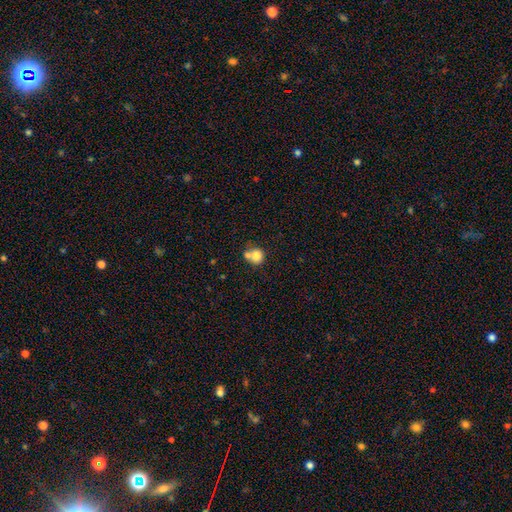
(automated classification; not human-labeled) A smooth galaxy with no disk features (78%) that is round (84%). Merging: merger (43%, tied with none).